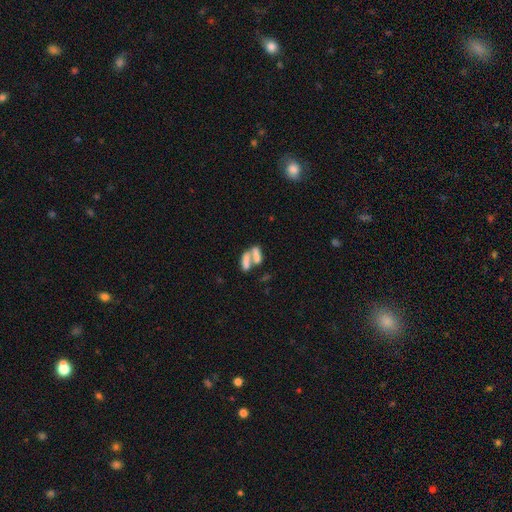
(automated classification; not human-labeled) Morphology: type=smooth (64%); roundness=in between (75%); merging=merger (63%).